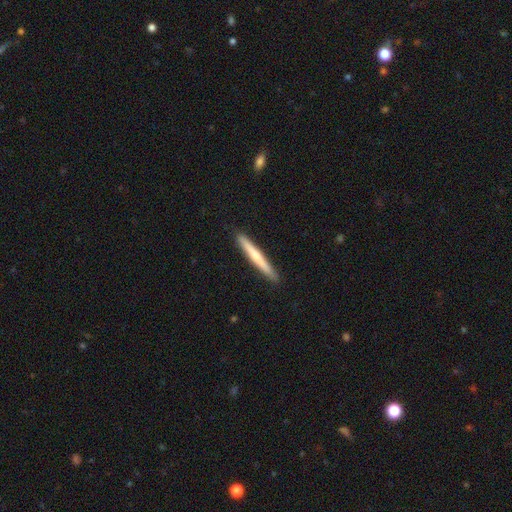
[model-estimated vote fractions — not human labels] This is possibly a smooth galaxy (50%). How rounded: clearly cigar-shaped (97%). Merging: clearly none (92%).